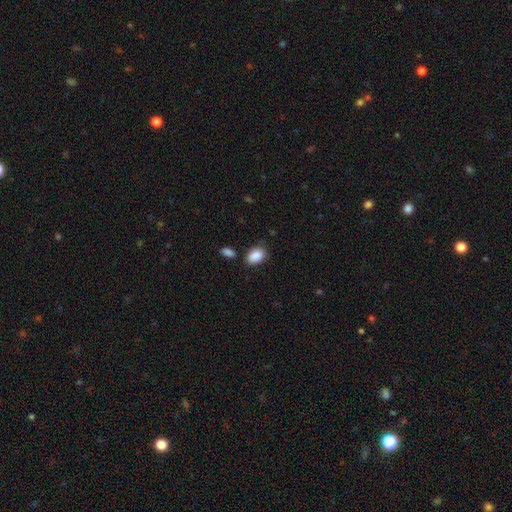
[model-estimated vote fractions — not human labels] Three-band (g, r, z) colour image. It shows a smooth galaxy with no disk features (88%) that is in between round and cigar-shaped (85%). Merging: none (68%).